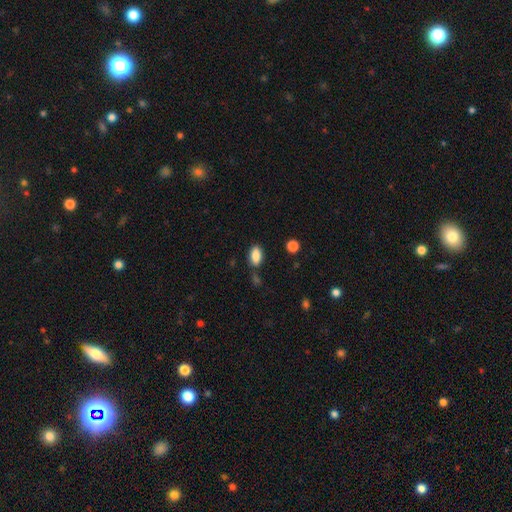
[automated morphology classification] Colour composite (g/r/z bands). It shows a smooth galaxy with no disk features (87%) that is in between round and cigar-shaped (91%). Merging: none (77%).